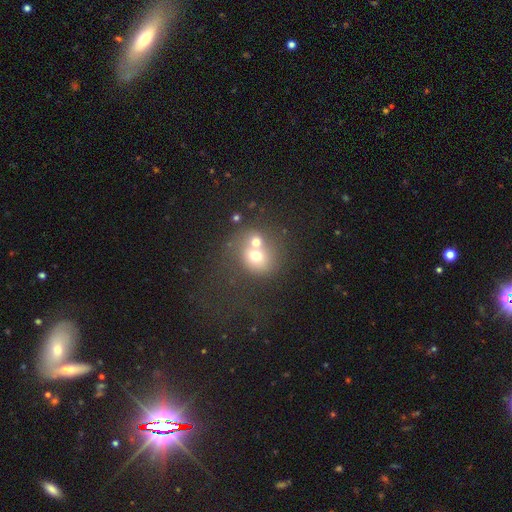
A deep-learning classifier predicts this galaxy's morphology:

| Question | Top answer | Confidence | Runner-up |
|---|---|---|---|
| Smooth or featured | smooth | 64% | featured or disk (22%) |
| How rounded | round | 73% | in between (26%) |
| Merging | merger | 57% | none (30%) |